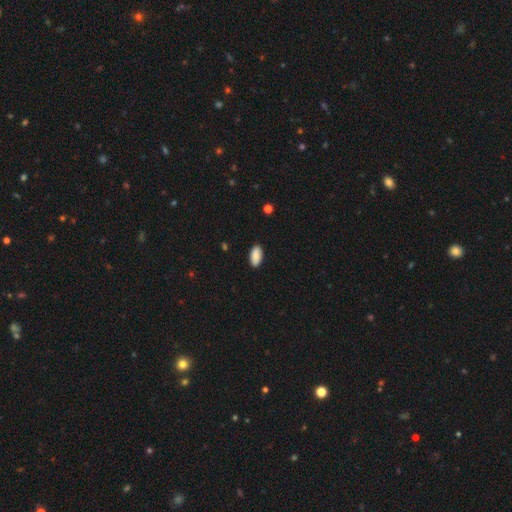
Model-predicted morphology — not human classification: type=smooth (89%); roundness=in between (94%); merging=none (88%).